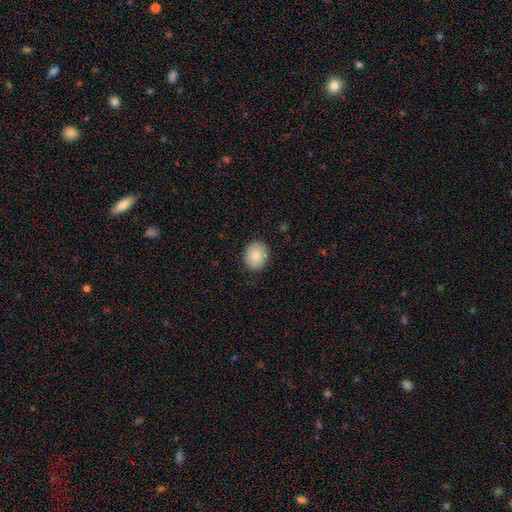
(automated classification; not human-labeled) Smooth or featured? Predicted: smooth (p=0.82). How rounded? Predicted: round (p=0.60). Merging? Predicted: none (p=0.88).